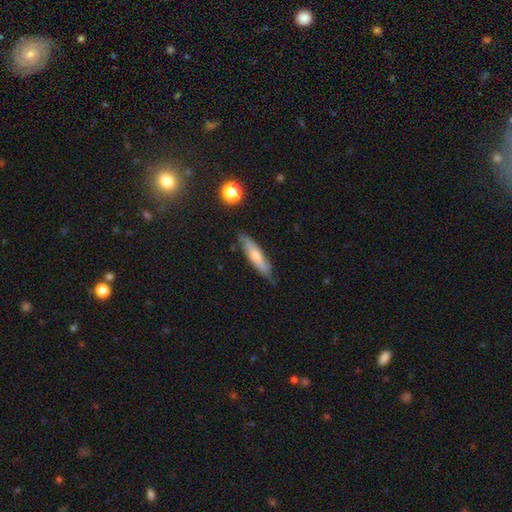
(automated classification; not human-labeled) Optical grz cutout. It shows a smooth galaxy with no disk features (47%). Merging: none (82%).